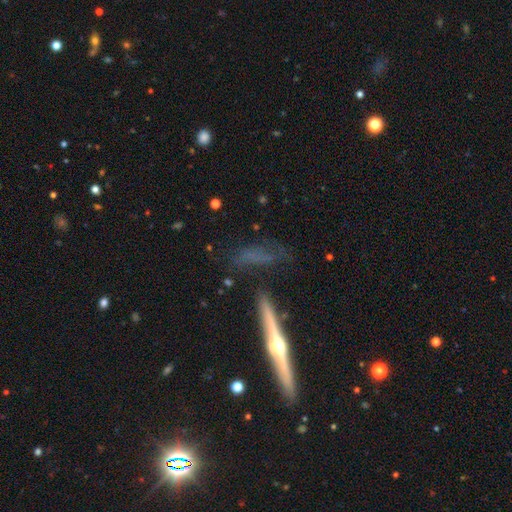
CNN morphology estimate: type=featured or disk (69%); edge-on=yes (91%); edge-on bulge=rounded (82%); merging=none (67%).